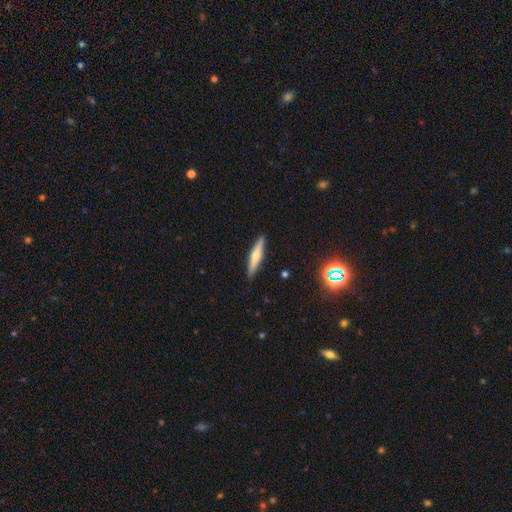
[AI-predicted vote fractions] Morphology: type=smooth (48%); merging=none (90%).